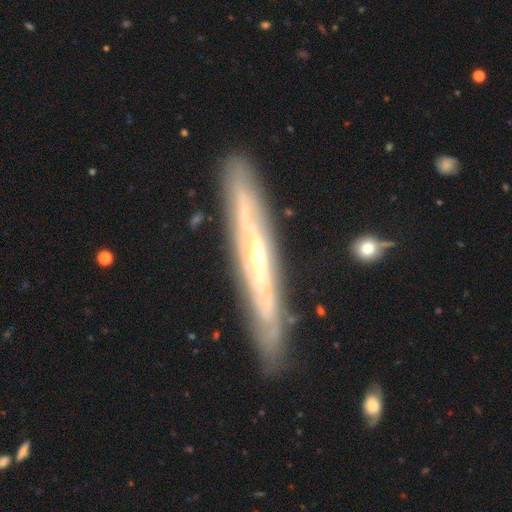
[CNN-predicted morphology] Smooth or featured? featured or disk (81%)
Edge-on disk? yes (70%)
Edge-on bulge? rounded (62%)
Merging? none (85%)